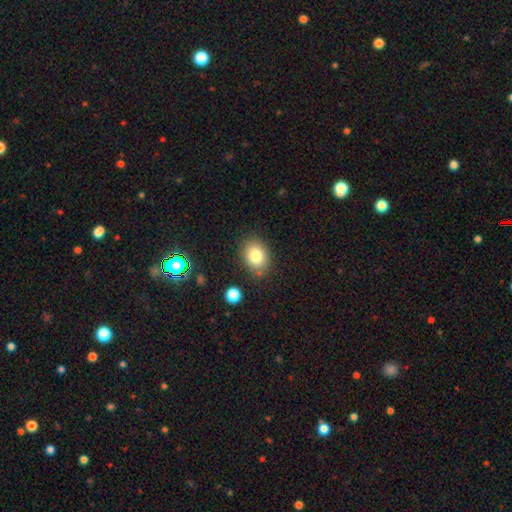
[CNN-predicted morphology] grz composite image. It shows a smooth galaxy with no disk features (81%) that is in between round and cigar-shaped (65%). Merging: none (82%).